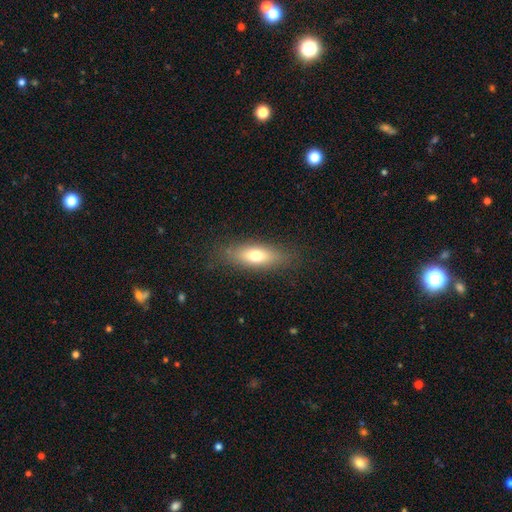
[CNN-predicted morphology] Smooth or featured? Predicted: smooth (p=0.69). How rounded? Predicted: in between (p=0.65). Merging? Predicted: none (p=0.83).